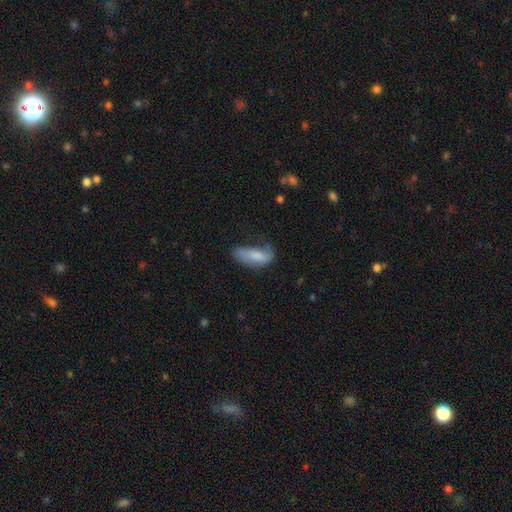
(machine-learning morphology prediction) The model was most divided on "merging" (2-way tie): none: 35%, minor disturbance: 35%, major disturbance: 26%, merger: 4%. More confident: how rounded — in between (74%); smooth or featured — smooth (73%).